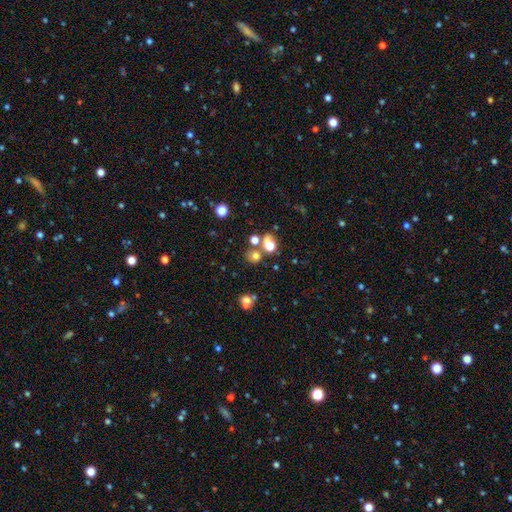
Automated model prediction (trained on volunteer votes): Overall: smooth (68%). How rounded: round (79%). Merging: none (58%; merger 28%).